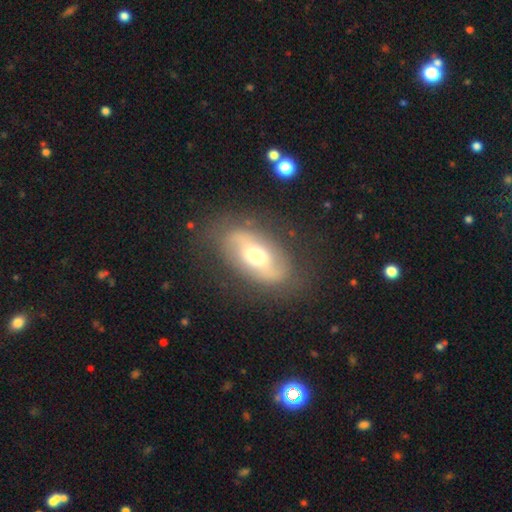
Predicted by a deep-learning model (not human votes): Morphology: type=featured or disk (61%); edge-on=no (90%); bar=no (38%); spiral arms=yes (61%); bulge=moderate (68%); merging=none (79%).